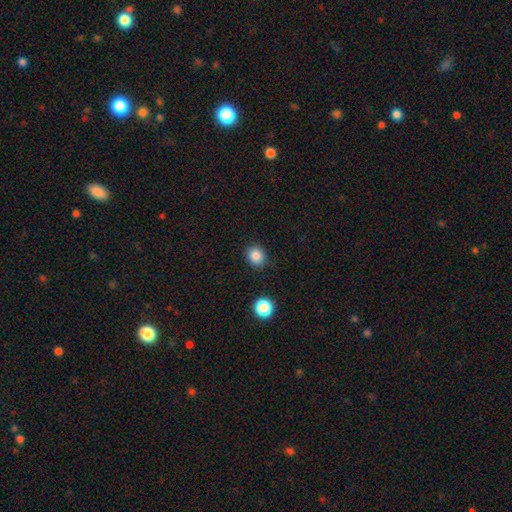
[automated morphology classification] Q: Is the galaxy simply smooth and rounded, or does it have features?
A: smooth — 85%.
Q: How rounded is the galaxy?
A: round — 76%.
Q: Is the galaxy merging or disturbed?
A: none — 85%.